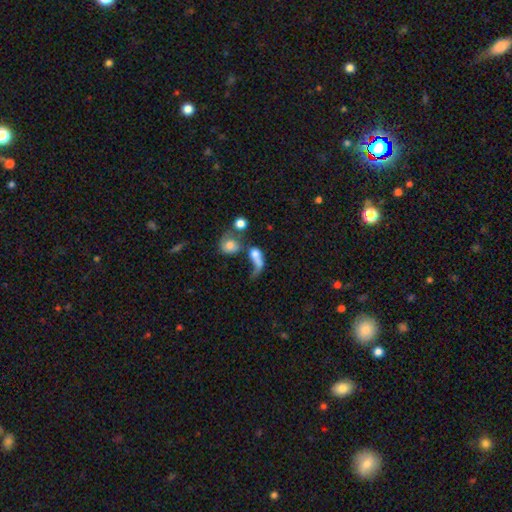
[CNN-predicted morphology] type=smooth (55%); roundness=in between (58%); merging=merger (48%).